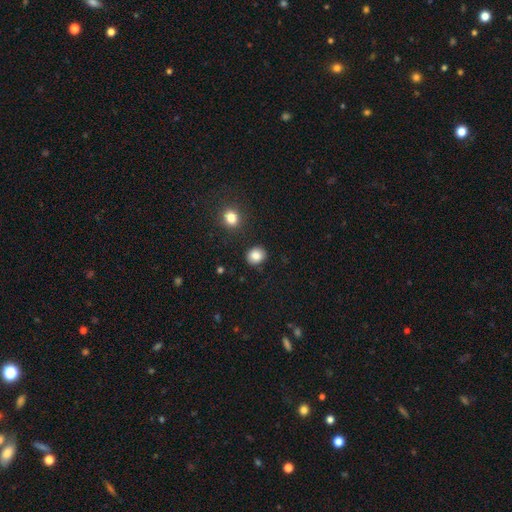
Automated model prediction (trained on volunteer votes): This appears to be a smooth galaxy with no disk features (86%) that is round (68%). Merging: none (86%).